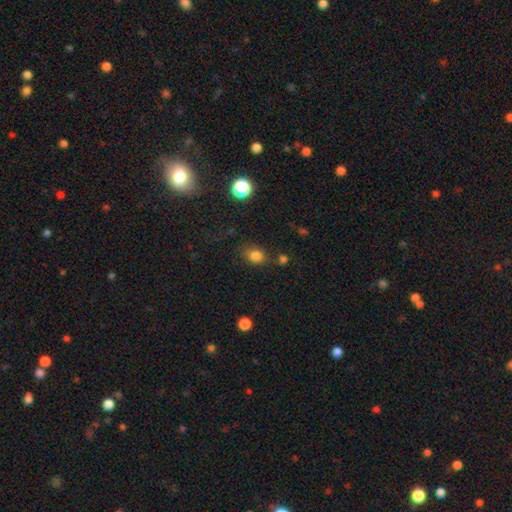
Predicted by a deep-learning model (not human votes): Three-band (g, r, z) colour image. It shows a smooth galaxy with no disk features (80%) that is in between round and cigar-shaped (58%). Merging: none (69%).